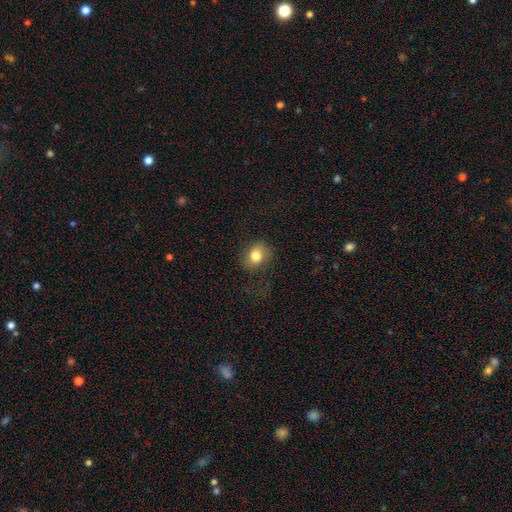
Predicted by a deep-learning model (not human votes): Q: Smooth or featured?
A: smooth (79%); runner-up: featured or disk (11%)
Q: How rounded?
A: round (52%); runner-up: in between (47%)
Q: Merging?
A: none (67%); runner-up: minor disturbance (20%)